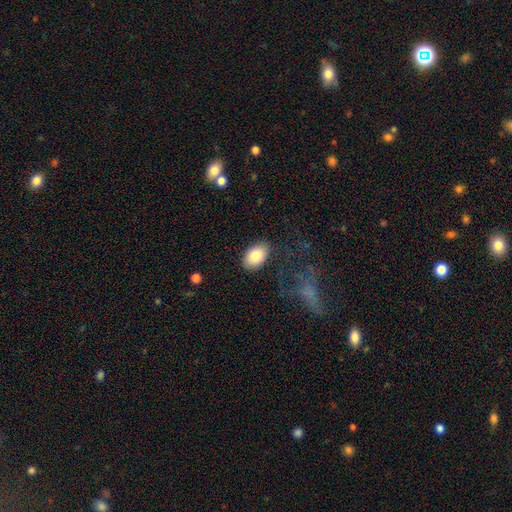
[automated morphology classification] Smooth or featured? Predicted: smooth (p=0.81). How rounded? Predicted: in between (p=0.89). Merging? Predicted: none (p=0.84).